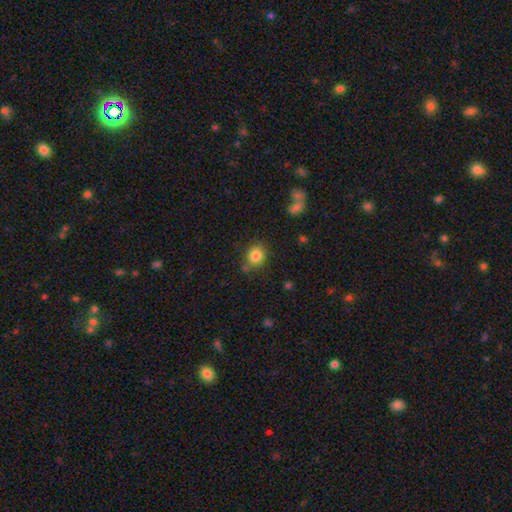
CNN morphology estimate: A smooth galaxy with no disk features (84%) that is round (74%).

Vote fractions:
- Smooth or featured? smooth: 84% / star or artifact: 10% / featured or disk: 6%
- How rounded? round: 74% / in between: 25% / cigar-shaped: 1%
- Merging? none: 76% / minor disturbance: 14% / merger: 7% / major disturbance: 4%